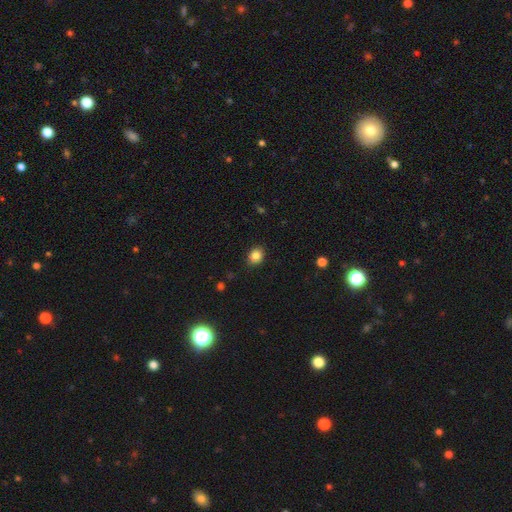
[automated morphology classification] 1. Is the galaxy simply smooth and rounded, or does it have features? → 85% smooth, 10% star or artifact, 5% featured or disk.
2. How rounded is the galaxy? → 54% round, 45% in between, 1% cigar-shaped.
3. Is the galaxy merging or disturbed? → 88% none, 9% minor disturbance, 2% major disturbance, 1% merger.